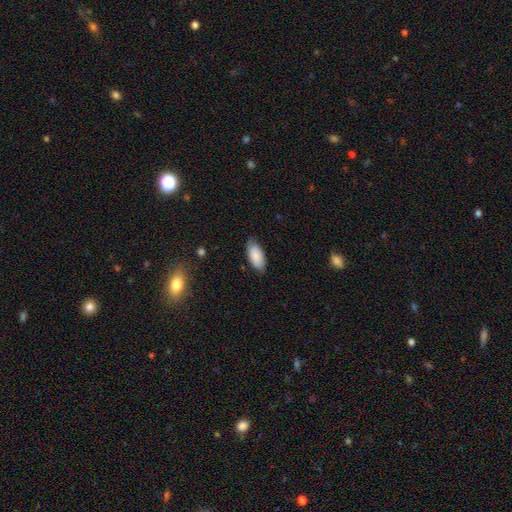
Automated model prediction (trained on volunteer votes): A smooth galaxy with no disk features (88%) that is in between round and cigar-shaped (91%). Merging: none (80%).